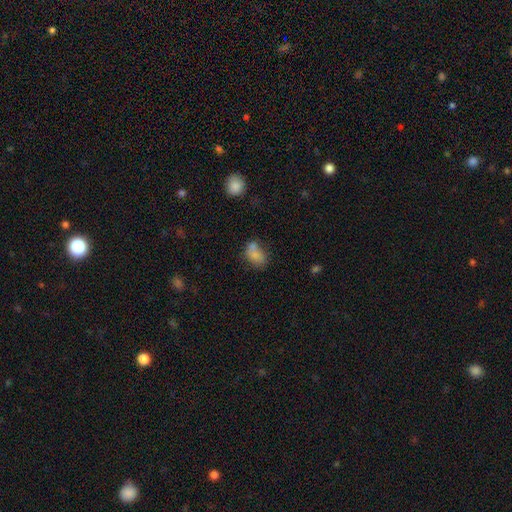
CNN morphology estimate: Smooth or featured?
  - smooth: 78% *
  - featured or disk: 12%
  - star or artifact: 10%
How rounded?
  - in between: 80% *
  - round: 19%
  - cigar-shaped: 2%
Merging?
  - none: 39% *
  - merger: 35%
  - minor disturbance: 17%
  - major disturbance: 8%